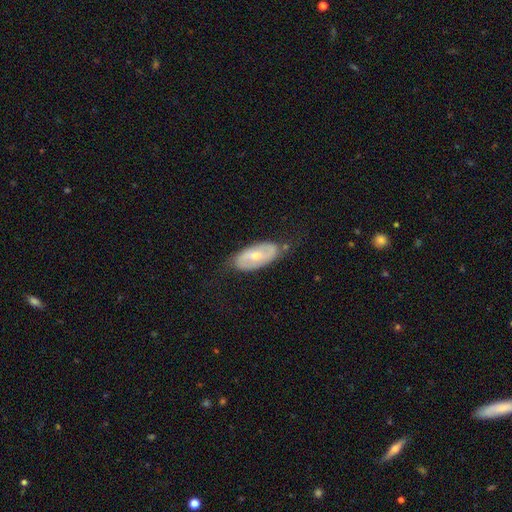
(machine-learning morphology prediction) A featured or disk galaxy (58%) with a weak bar (40%), spiral arms (64%) and a small central bulge (50%). Merging: none (70%).